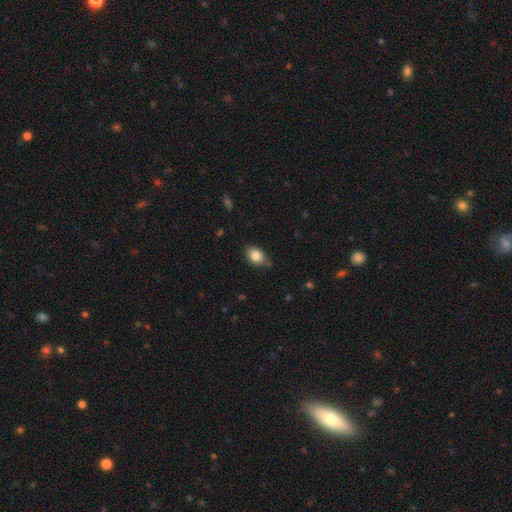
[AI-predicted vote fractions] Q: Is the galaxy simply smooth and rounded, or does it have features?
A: smooth — 83%.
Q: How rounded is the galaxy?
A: in between — 73%.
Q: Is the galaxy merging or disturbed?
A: none — 74%.